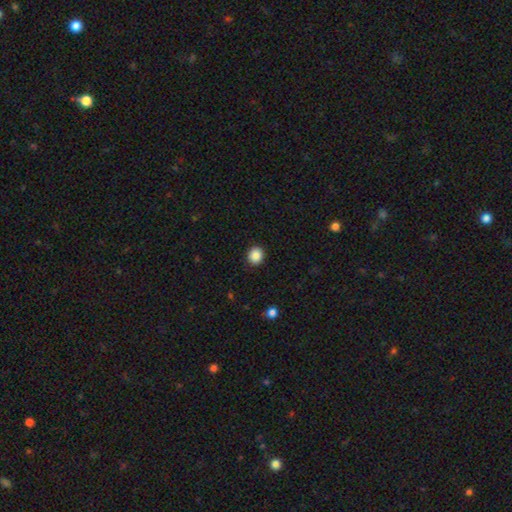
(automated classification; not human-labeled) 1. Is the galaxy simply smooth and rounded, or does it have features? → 88% smooth, 9% star or artifact, 3% featured or disk.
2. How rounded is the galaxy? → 83% round, 16% in between, 1% cigar-shaped.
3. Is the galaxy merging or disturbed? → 91% none, 6% minor disturbance, 2% major disturbance, 1% merger.